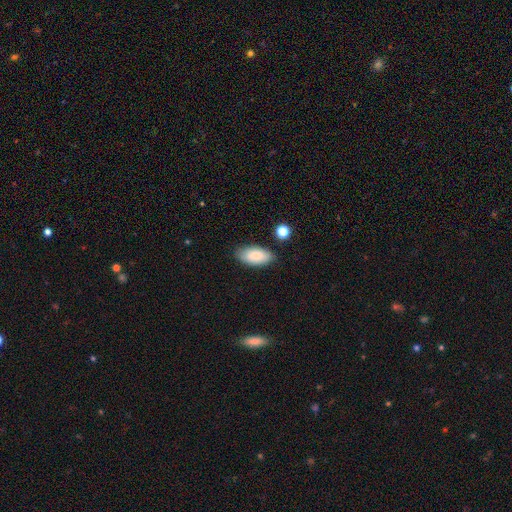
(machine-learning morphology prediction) Smooth or featured: smooth — 82% (featured or disk — 11%)
How rounded: in between — 92% (cigar-shaped — 5%)
Merging: none — 82% (minor disturbance — 12%)